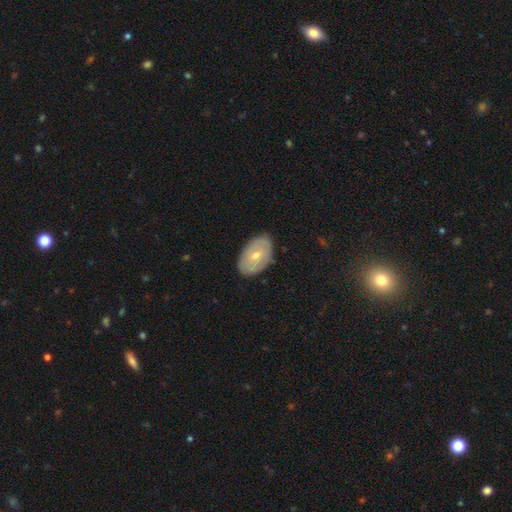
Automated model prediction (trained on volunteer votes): This appears to be a smooth galaxy with no disk features (49%). Merging: none (82%).